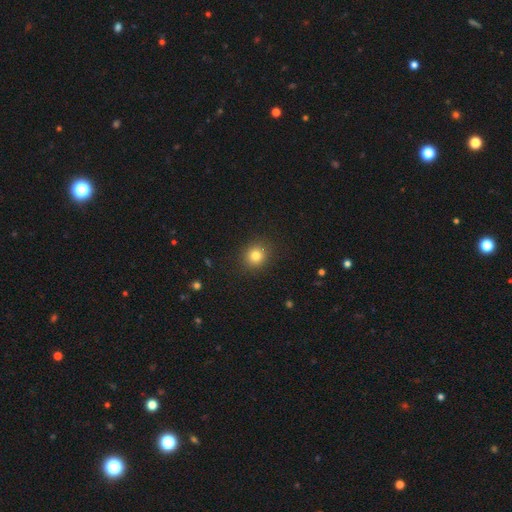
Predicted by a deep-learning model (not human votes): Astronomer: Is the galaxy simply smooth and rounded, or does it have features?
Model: smooth — 81%.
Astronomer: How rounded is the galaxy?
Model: round — 83%.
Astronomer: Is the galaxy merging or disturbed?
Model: none — 90%.